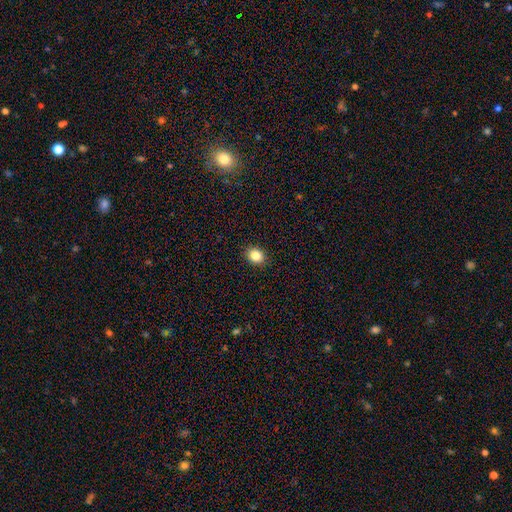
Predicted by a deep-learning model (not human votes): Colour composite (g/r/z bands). It shows a smooth galaxy with no disk features (85%) that is round (56%). Merging: none (91%).